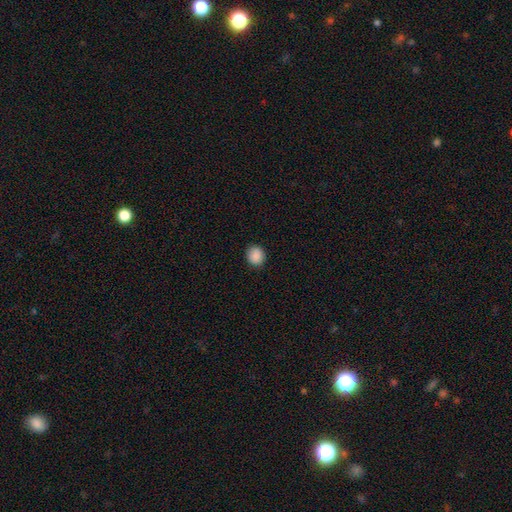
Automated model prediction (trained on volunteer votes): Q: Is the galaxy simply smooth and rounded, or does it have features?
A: smooth — 89%.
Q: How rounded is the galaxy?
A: round — 77%.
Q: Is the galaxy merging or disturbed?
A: none — 90%.